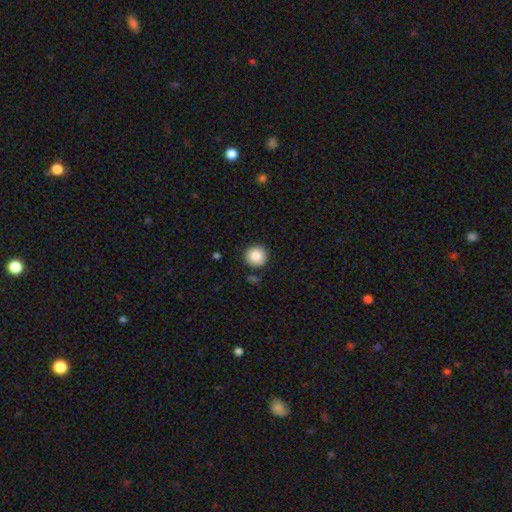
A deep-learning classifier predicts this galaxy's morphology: Smooth or featured? Predicted: smooth (p=0.87). How rounded? Predicted: round (p=0.94). Merging? Predicted: none (p=0.88).